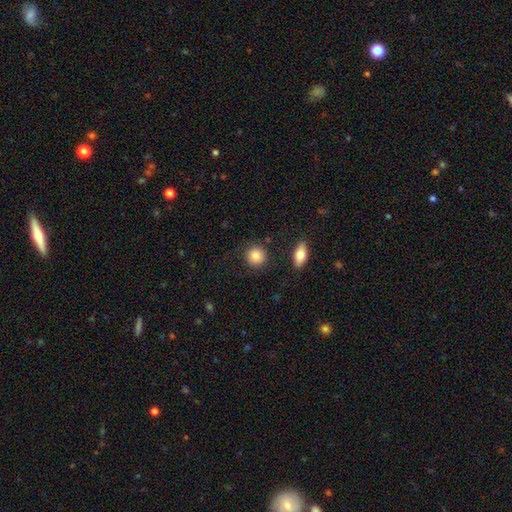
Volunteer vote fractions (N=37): This appears to be a smooth galaxy with no disk features (89%) that is round (85%). Merging: none (71%).